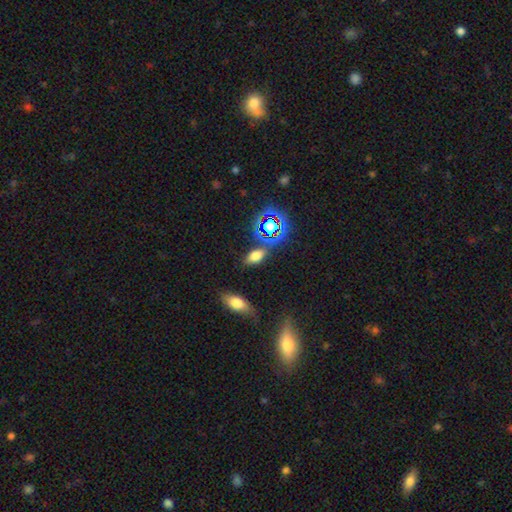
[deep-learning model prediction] This appears to be a smooth galaxy with no disk features (65%) that is in between round and cigar-shaped (83%). Merging: none (77%).